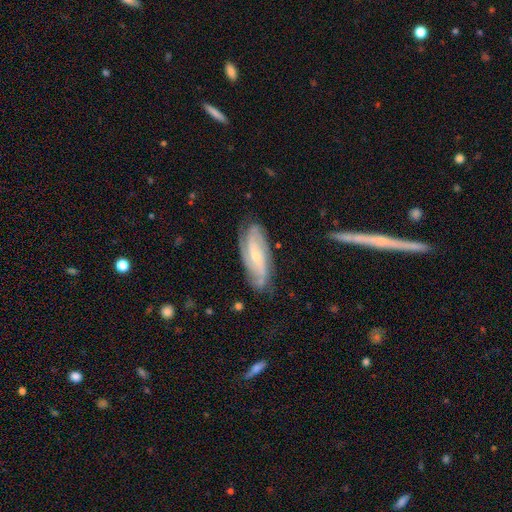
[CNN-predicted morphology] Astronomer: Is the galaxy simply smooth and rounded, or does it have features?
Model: featured or disk — 79%.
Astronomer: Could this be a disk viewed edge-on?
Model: no — 88%.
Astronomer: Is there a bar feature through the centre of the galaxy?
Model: no — 44% (runner-up: weak, 37%).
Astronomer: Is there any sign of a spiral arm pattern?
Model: yes — 95%.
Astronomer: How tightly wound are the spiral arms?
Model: tight — 42% (runner-up: medium, 40%).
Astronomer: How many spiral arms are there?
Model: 2 — 42% (runner-up: can't tell, 23%).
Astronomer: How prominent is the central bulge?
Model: small — 68%.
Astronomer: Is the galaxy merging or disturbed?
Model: none — 74%.